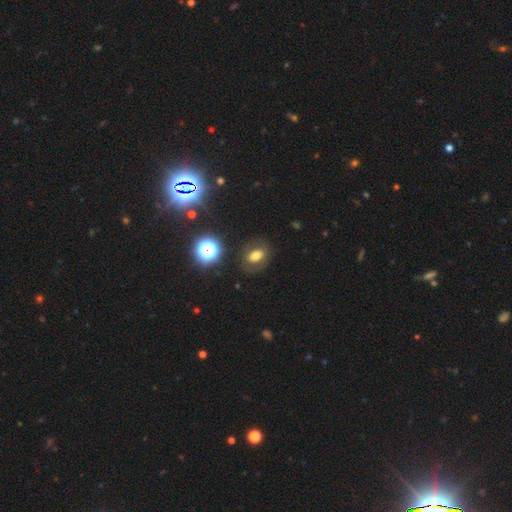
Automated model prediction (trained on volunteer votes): This appears to be a smooth galaxy with no disk features (66%) that is in between round and cigar-shaped (72%). Merging: none (80%).